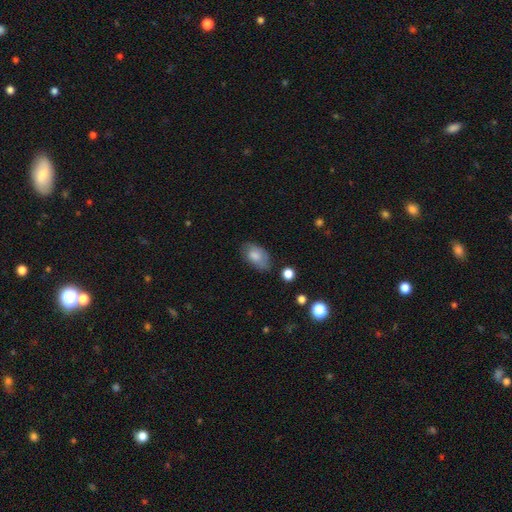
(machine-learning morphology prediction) smooth_or_featured: smooth (p=0.72) [alt: featured or disk p=0.20]
how_rounded: in between (p=0.90) [alt: round p=0.08]
merging: none (p=0.65) [alt: minor disturbance p=0.26]